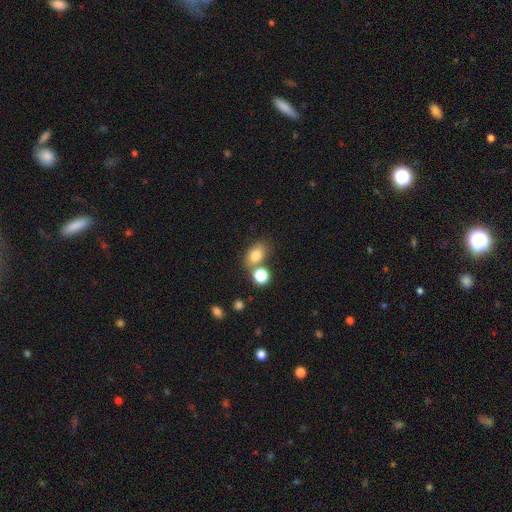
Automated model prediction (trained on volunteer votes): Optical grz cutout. It shows a smooth galaxy with no disk features (78%) that is in between round and cigar-shaped (71%). Merging: none (60%).